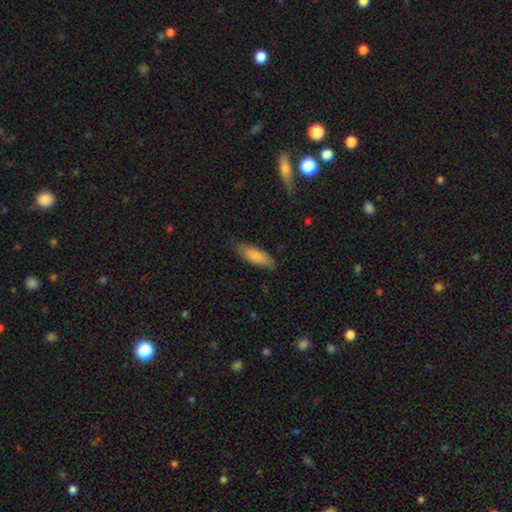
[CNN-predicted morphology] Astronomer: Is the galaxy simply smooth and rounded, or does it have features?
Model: smooth — 84%.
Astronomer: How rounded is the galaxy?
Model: in between — 70%.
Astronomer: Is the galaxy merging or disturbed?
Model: none — 76%.